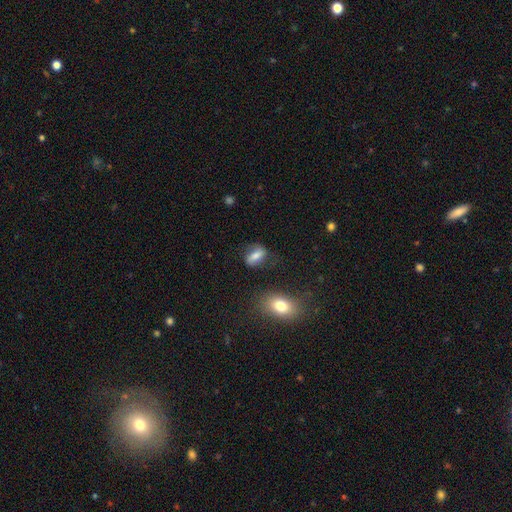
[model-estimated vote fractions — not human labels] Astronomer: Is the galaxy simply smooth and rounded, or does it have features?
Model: smooth — 68%.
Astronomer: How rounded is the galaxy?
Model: in between — 81%.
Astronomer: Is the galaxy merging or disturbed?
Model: none — 67%.